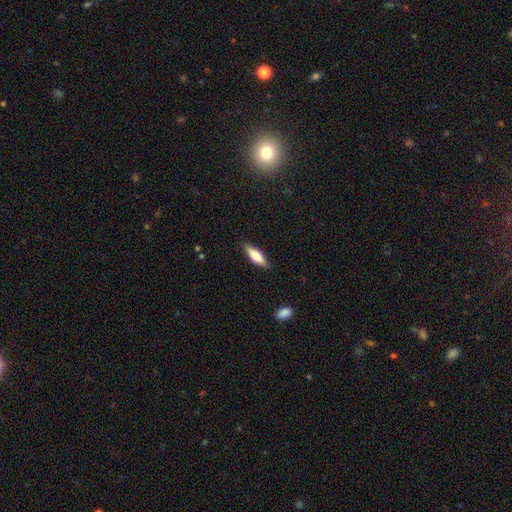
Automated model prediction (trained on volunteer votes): Morphology: type=smooth (65%); roundness=cigar-shaped (58%); merging=none (87%).